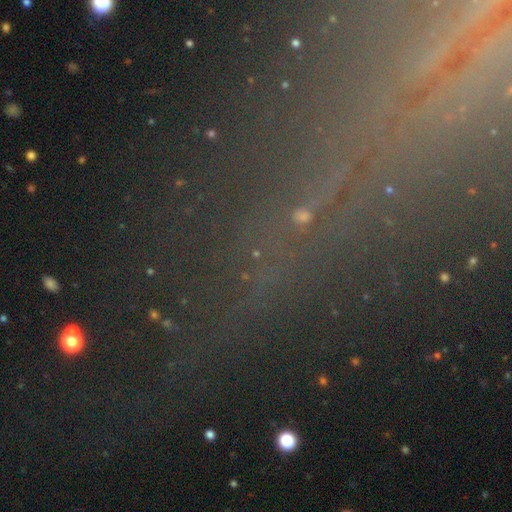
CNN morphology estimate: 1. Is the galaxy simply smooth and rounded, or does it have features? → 73% star or artifact, 15% smooth, 12% featured or disk.